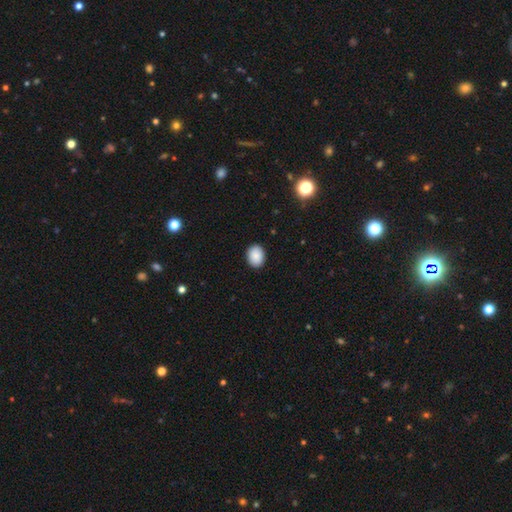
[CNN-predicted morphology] Overall: smooth (89%). How rounded: in between (61%; round 38%). Merging: none (90%).